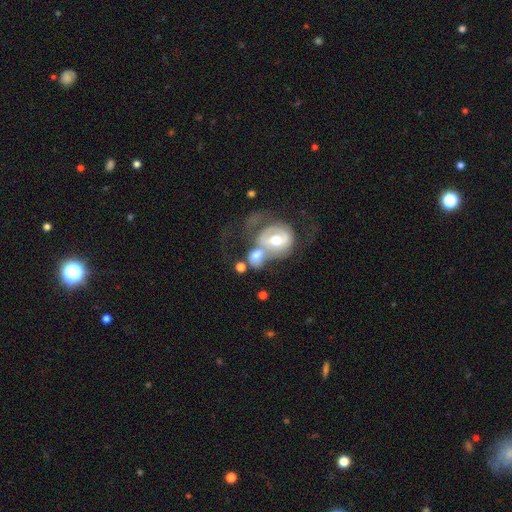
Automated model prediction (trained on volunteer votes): Smooth or featured? Predicted: featured or disk (p=0.58). Edge-on disk? Predicted: no (p=0.95). Bar? Predicted: no (p=0.60). Spiral arms? Predicted: no (p=0.51). Bulge size? Predicted: moderate (p=0.73). Merging? Predicted: merger (p=0.57).